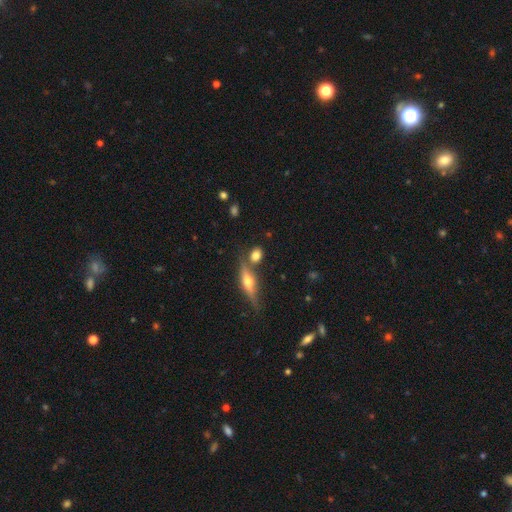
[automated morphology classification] type=smooth (69%); roundness=in between (49%); merging=none (66%).